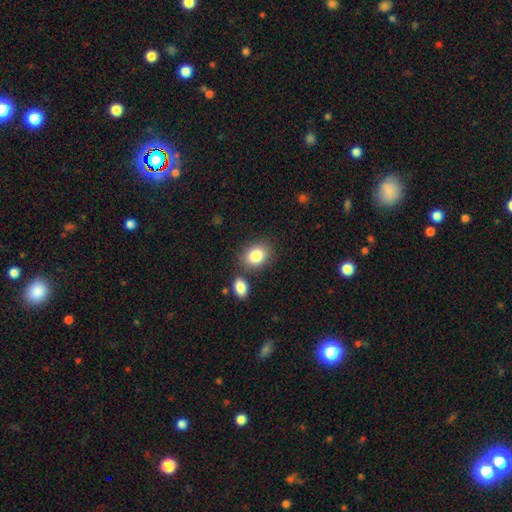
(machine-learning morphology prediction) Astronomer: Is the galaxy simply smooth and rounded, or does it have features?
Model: smooth — 85%.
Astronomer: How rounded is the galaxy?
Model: in between — 66%.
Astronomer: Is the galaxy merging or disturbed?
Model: none — 72%.